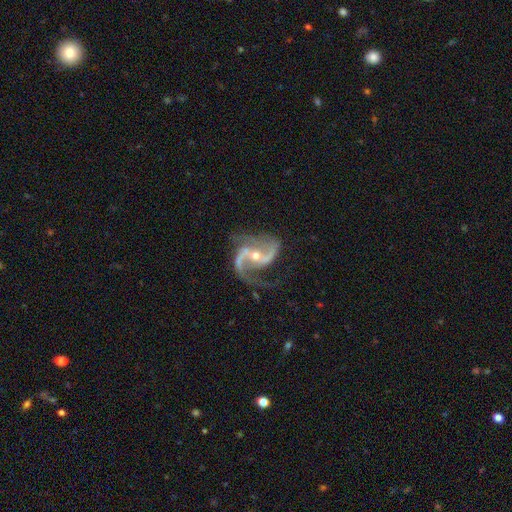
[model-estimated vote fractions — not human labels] smooth_or_featured: featured or disk (p=0.93) [alt: star or artifact p=0.05]
disk_edge_on: no (p=0.98) [alt: yes p=0.02]
bar: weak (p=0.34) [alt: no p=0.33]
has_spiral_arms: yes (p=0.98) [alt: no p=0.02]
spiral_winding: medium (p=0.47) [alt: loose p=0.43]
spiral_arm_count: 2 (p=0.89) [alt: 3 p=0.04]
bulge_size: small (p=0.52) [alt: moderate p=0.45]
merging: none (p=0.69) [alt: minor disturbance p=0.18]